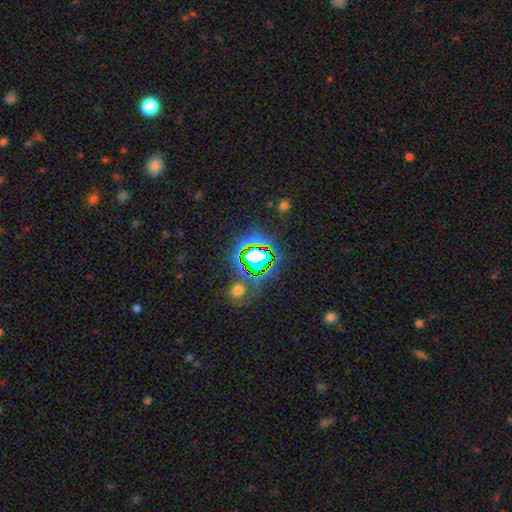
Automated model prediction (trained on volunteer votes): The model was most divided on "smooth or featured": star or artifact: 73%, smooth: 16%, featured or disk: 11%.